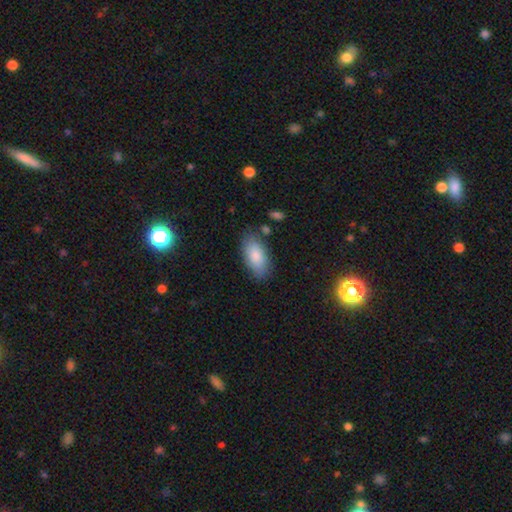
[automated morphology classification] type=smooth (85%); roundness=in between (93%); merging=none (78%).